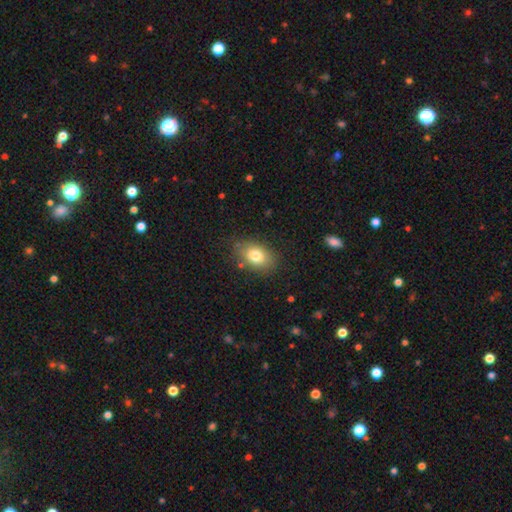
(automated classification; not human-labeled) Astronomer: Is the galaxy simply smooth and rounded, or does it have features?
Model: smooth — 79%.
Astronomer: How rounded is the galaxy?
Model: in between — 79%.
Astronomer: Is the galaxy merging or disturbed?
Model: none — 81%.